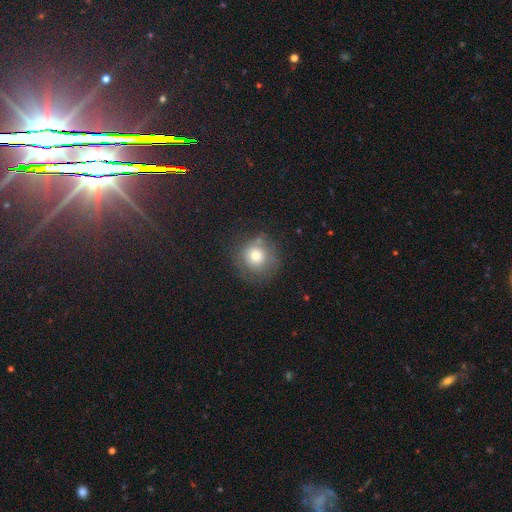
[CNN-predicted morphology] smooth-or-featured: smooth: 66% | featured or disk: 21% | star or artifact: 12%
  how-rounded: round: 92% | in between: 7% | cigar-shaped: 1%
  merging: none: 71% | minor disturbance: 17% | major disturbance: 9% | merger: 2%